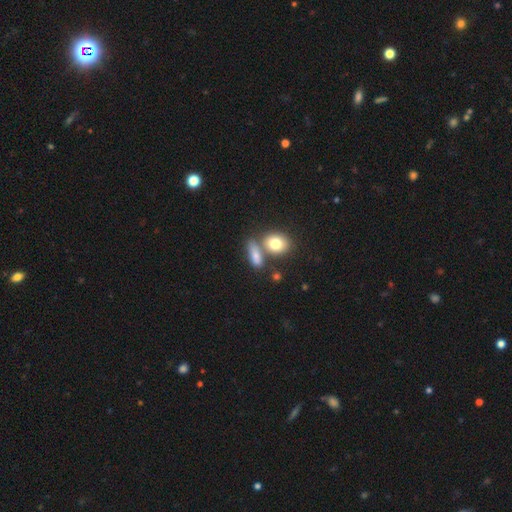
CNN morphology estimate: smooth_or_featured: smooth (p=0.75) [alt: featured or disk p=0.15]
how_rounded: in between (p=0.62) [alt: round p=0.22]
merging: none (p=0.50) [alt: merger p=0.30]